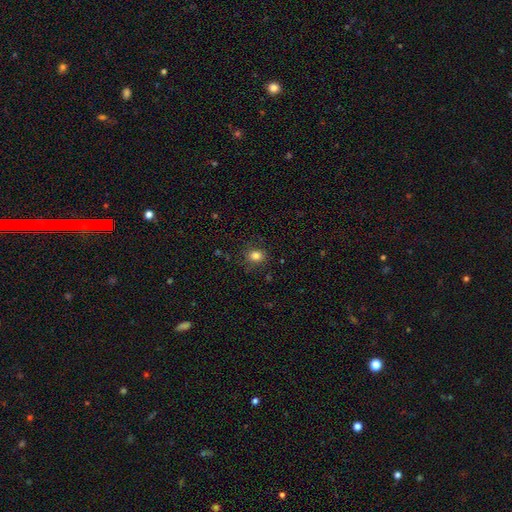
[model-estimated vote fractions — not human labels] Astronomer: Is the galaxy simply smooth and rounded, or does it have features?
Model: smooth — 82%.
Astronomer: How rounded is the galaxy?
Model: round — 69%.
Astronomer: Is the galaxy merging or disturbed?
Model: none — 85%.